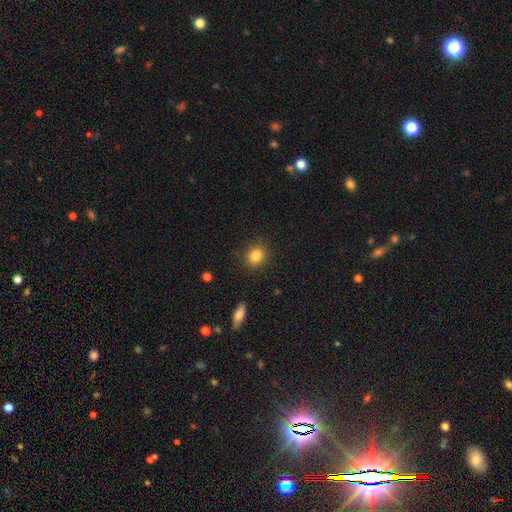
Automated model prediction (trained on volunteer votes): smooth 85%, star or artifact 10%, featured or disk 6%. Down the decision tree: how rounded — round (71%); merging — none (86%).